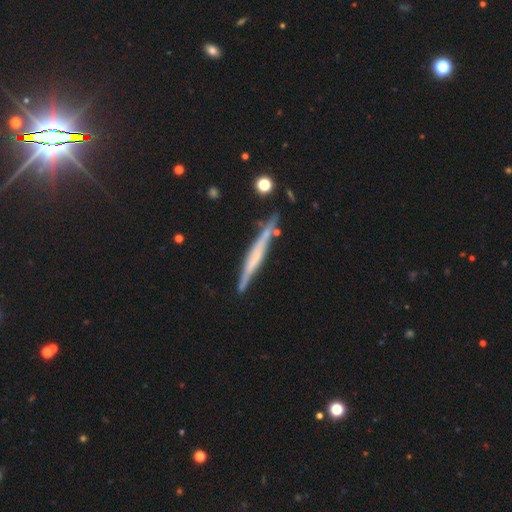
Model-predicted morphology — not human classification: Smooth or featured: featured or disk — 61% (smooth — 33%)
Edge-on disk: yes — 96% (no — 4%)
Edge-on bulge: none — 69% (rounded — 17%)
Merging: none — 80% (minor disturbance — 14%)